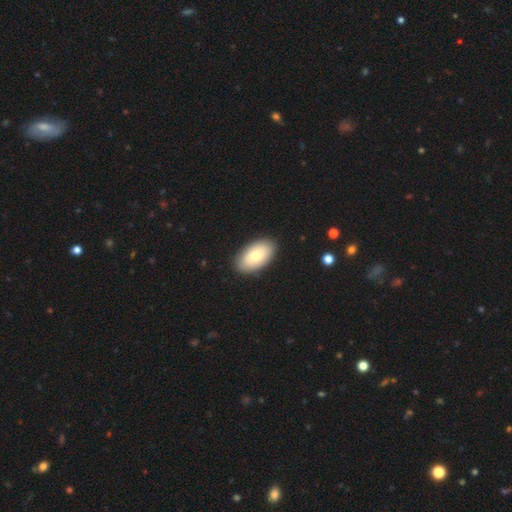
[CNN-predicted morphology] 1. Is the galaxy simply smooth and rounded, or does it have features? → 78% smooth, 16% featured or disk, 6% star or artifact.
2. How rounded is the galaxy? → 95% in between, 4% round, 1% cigar-shaped.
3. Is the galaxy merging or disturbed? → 89% none, 8% minor disturbance, 2% major disturbance, 1% merger.